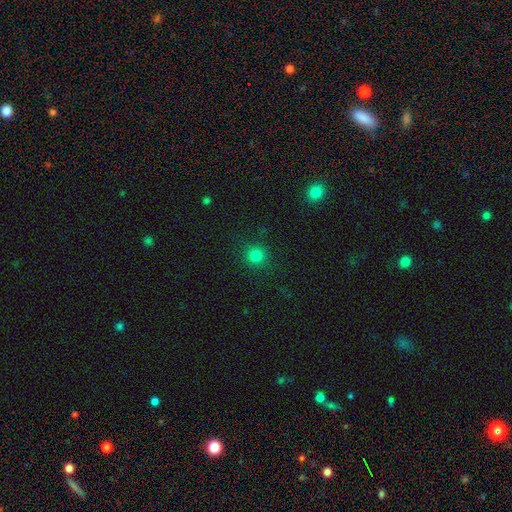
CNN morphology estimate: smooth_or_featured: smooth (p=0.81) [alt: star or artifact p=0.14]
how_rounded: round (p=0.93) [alt: in between p=0.06]
merging: none (p=0.90) [alt: minor disturbance p=0.07]